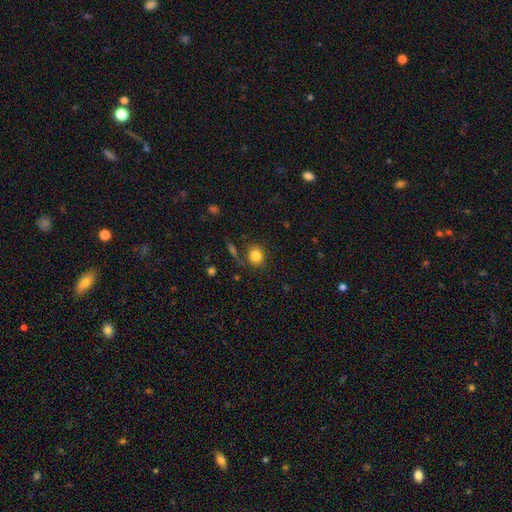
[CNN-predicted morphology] smooth 83%, star or artifact 11%, featured or disk 7%. Down the decision tree: how rounded — round (80%); merging — none (77%).